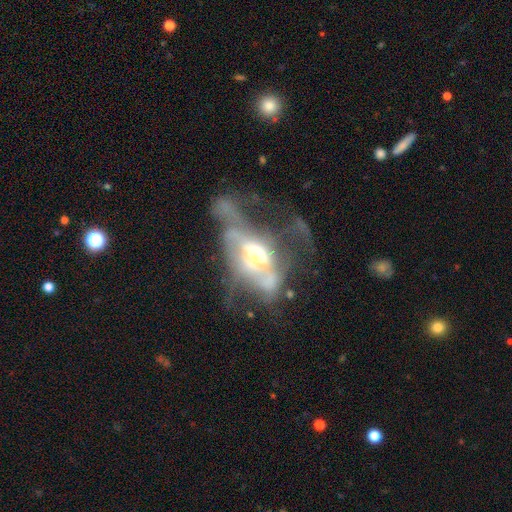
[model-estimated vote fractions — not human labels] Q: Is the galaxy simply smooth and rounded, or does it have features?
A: featured or disk — 70%.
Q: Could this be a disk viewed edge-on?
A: no — 86%.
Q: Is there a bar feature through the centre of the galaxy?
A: no — 63%.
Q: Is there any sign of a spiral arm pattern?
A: no — 62%.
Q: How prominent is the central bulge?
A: moderate — 61%.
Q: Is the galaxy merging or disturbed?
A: major disturbance — 55%.